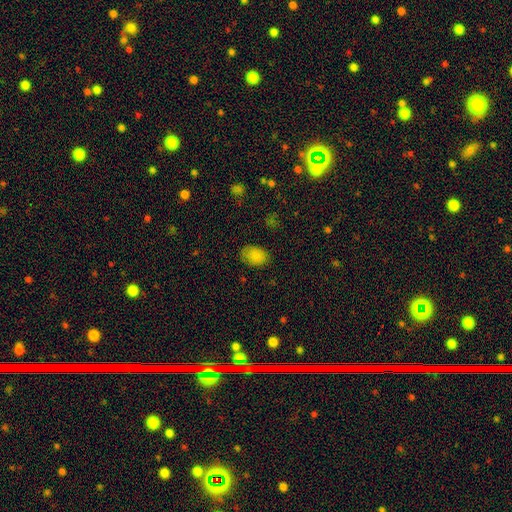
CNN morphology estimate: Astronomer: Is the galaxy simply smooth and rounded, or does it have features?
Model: smooth — 85%.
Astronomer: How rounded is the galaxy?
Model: in between — 82%.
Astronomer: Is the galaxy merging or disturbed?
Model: none — 81%.